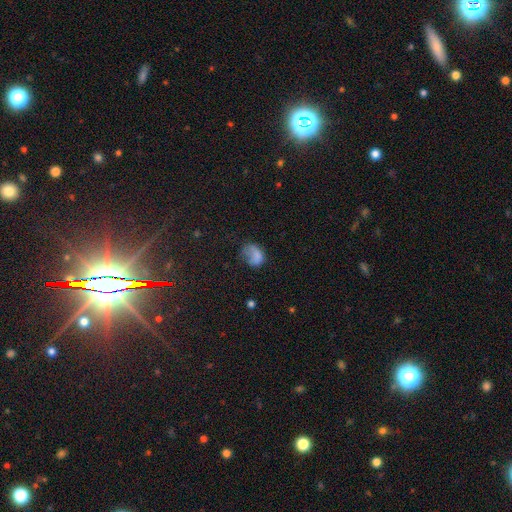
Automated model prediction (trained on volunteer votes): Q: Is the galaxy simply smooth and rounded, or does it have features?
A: smooth — 69%.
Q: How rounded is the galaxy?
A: in between — 66%.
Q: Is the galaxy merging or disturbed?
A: major disturbance — 36%.